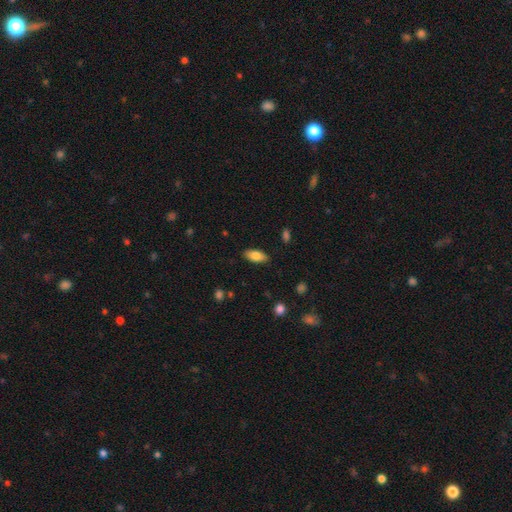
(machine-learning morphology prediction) Smooth or featured? smooth (80%)
How rounded? in between (86%)
Merging? none (86%)